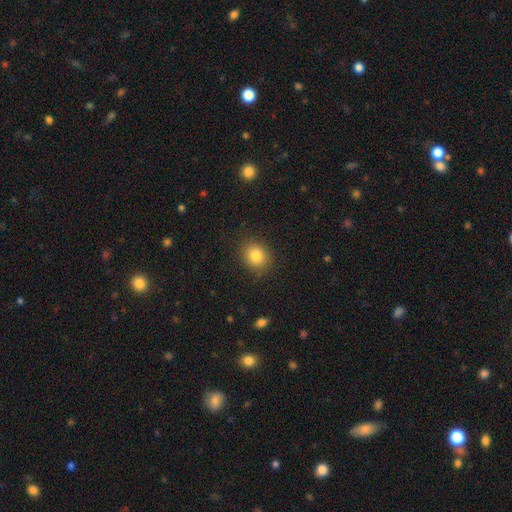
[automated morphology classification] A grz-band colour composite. It shows a smooth galaxy with no disk features (83%) that is round (65%). Merging: none (87%).